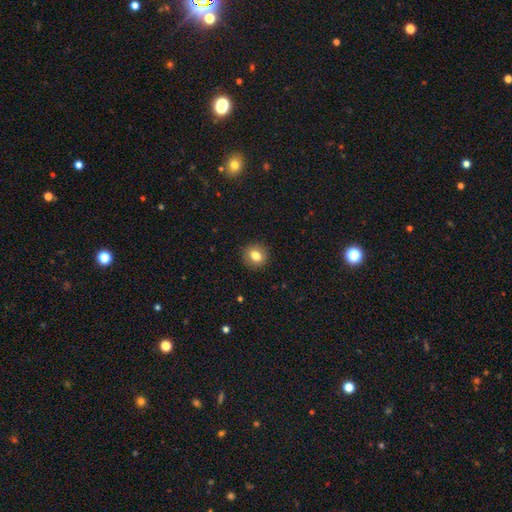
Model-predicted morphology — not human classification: Overall: smooth (80%). How rounded: round (74%). Merging: none (90%).